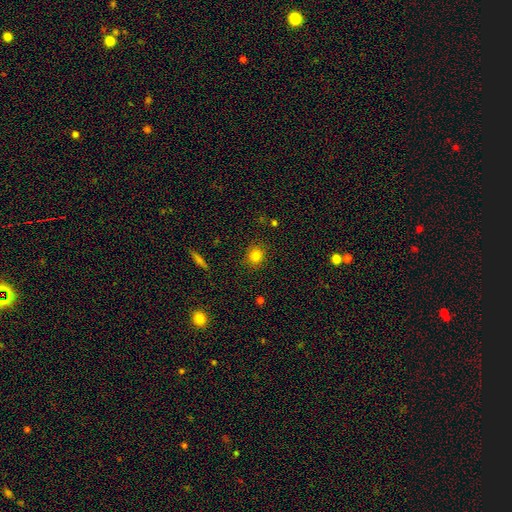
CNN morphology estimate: A smooth galaxy with no disk features (82%) that is round (85%).

Vote fractions:
- Smooth or featured? smooth: 82% / star or artifact: 12% / featured or disk: 6%
- How rounded? round: 85% / in between: 14% / cigar-shaped: 1%
- Merging? none: 88% / minor disturbance: 8% / major disturbance: 3% / merger: 1%